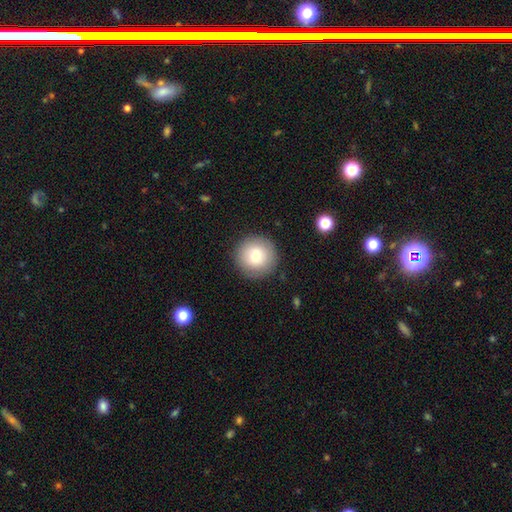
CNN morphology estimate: Smooth or featured: smooth — 76% (featured or disk — 15%)
How rounded: round — 96% (in between — 3%)
Merging: none — 89% (minor disturbance — 7%)